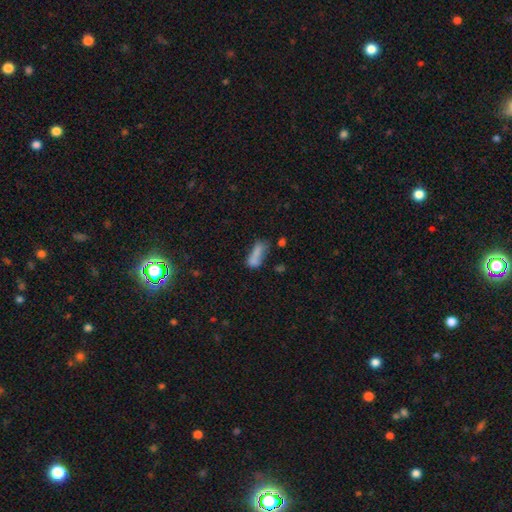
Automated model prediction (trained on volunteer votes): This appears to be a smooth galaxy with no disk features (74%) that is in between round and cigar-shaped (65%). Merging: none (35%).